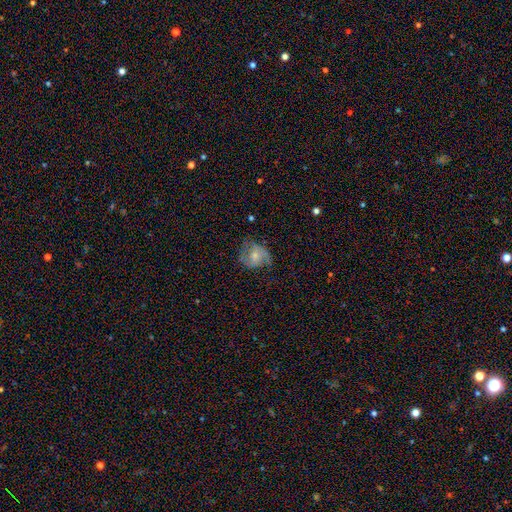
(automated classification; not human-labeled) featured or disk 62%, smooth 31%, star or artifact 8%. Down the decision tree: edge-on disk — no (97%); bar — no (69%); spiral arms — yes (86%); spiral arm count — 2 (76%); spiral winding — medium (45%); bulge size — moderate (46%); merging — none (56%).